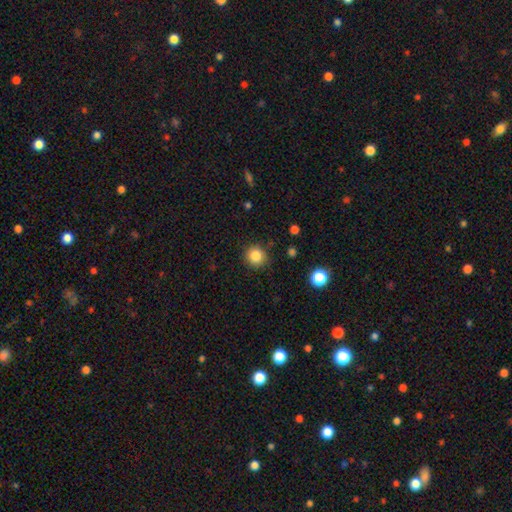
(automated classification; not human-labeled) This appears to be a smooth galaxy with no disk features (85%) that is round (91%). Merging: none (87%).